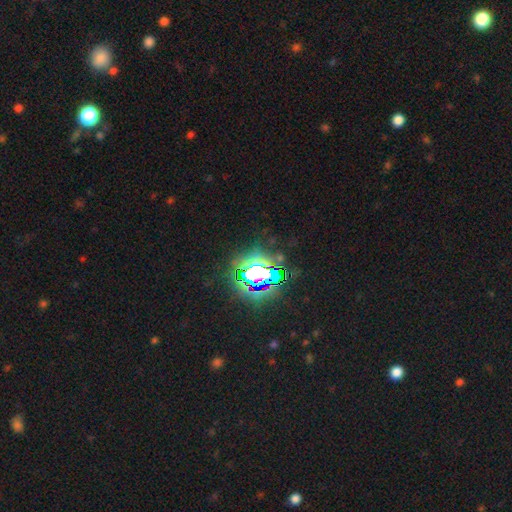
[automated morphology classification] smooth_or_featured: star or artifact (p=0.79) [alt: smooth p=0.11]